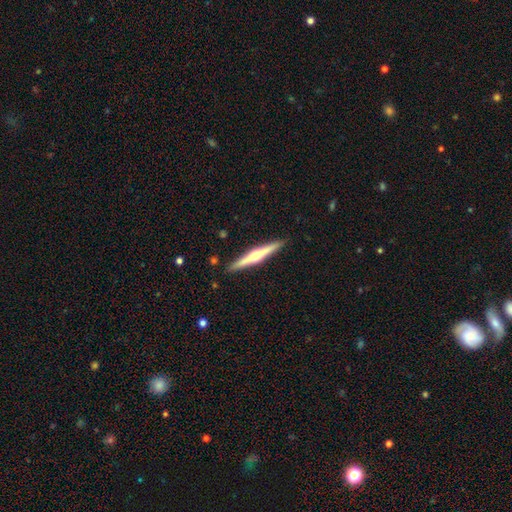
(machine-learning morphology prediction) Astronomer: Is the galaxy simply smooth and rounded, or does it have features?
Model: featured or disk — 68%.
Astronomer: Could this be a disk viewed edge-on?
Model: yes — 98%.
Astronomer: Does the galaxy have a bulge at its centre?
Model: rounded — 87%.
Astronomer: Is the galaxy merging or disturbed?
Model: none — 91%.